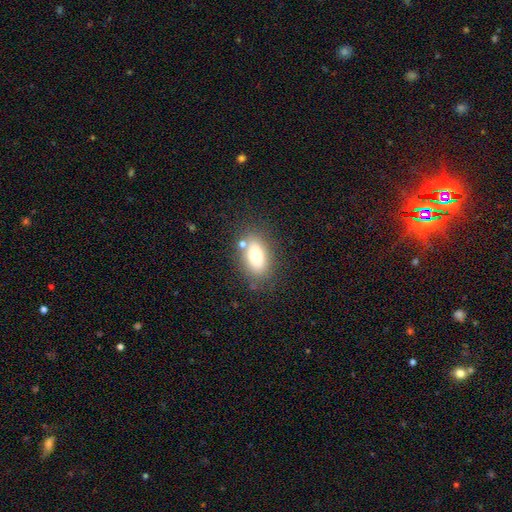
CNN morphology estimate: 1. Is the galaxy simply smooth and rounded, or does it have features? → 69% smooth, 20% featured or disk, 10% star or artifact.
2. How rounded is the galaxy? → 84% in between, 12% round, 4% cigar-shaped.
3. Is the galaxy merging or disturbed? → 73% none, 14% minor disturbance, 8% merger, 5% major disturbance.